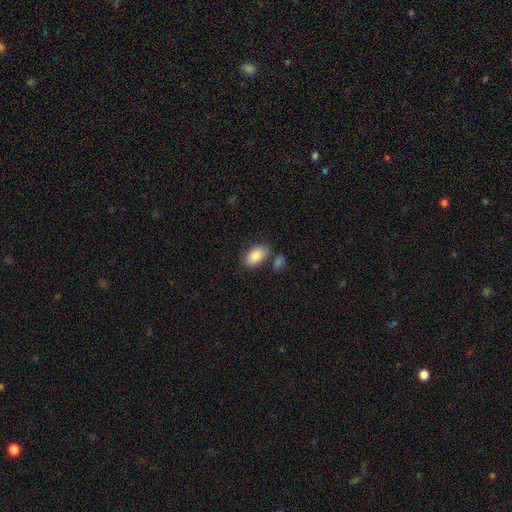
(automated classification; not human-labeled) Q: Smooth or featured?
A: smooth (87%); runner-up: featured or disk (7%)
Q: How rounded?
A: in between (92%); runner-up: round (6%)
Q: Merging?
A: none (69%); runner-up: minor disturbance (16%)